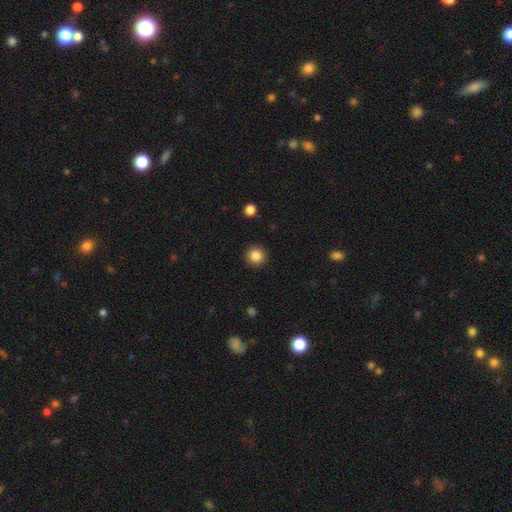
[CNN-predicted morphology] smooth_or_featured: smooth (p=0.85) [alt: star or artifact p=0.10]
how_rounded: round (p=0.95) [alt: in between p=0.04]
merging: none (p=0.92) [alt: minor disturbance p=0.05]